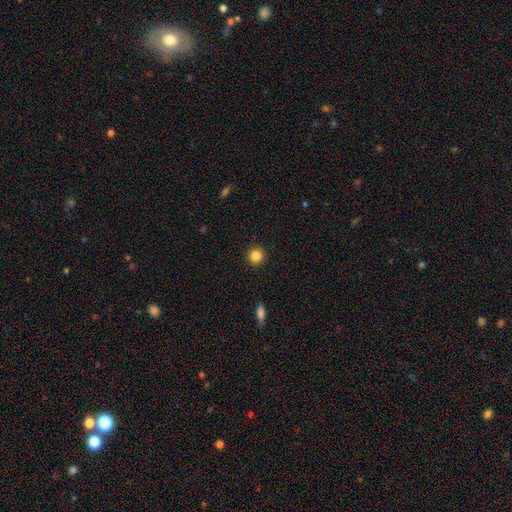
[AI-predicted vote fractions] The model was most divided on "smooth or featured": smooth: 86%, star or artifact: 10%, featured or disk: 4%. More confident: merging — none (92%); how rounded — round (92%).